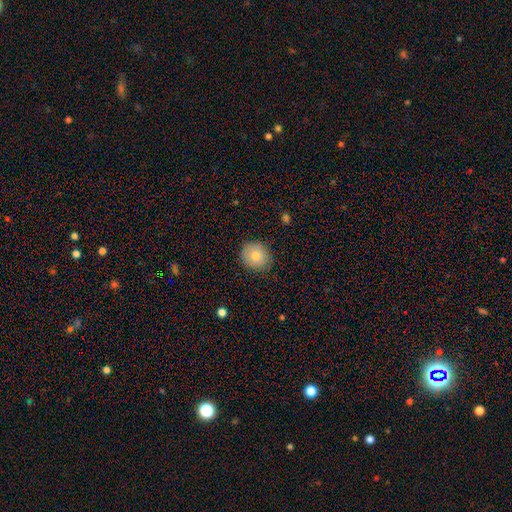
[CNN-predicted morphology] smooth-or-featured: smooth: 77% | featured or disk: 14% | star or artifact: 10%
  how-rounded: round: 86% | in between: 13% | cigar-shaped: 1%
  merging: none: 86% | minor disturbance: 11% | major disturbance: 2% | merger: 1%